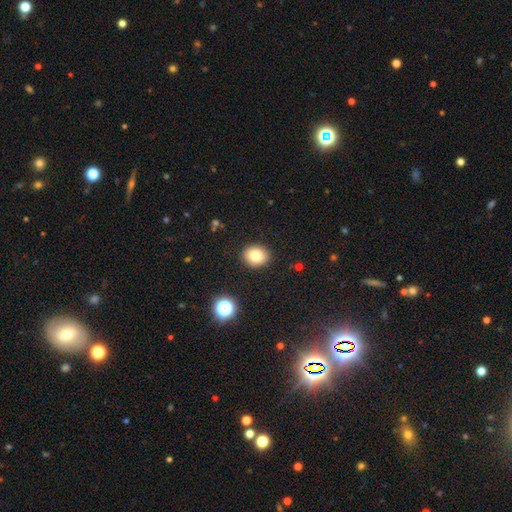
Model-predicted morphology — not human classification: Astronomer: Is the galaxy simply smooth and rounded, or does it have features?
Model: smooth — 80%.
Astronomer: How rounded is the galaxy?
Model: round — 68%.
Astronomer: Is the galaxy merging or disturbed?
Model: none — 90%.